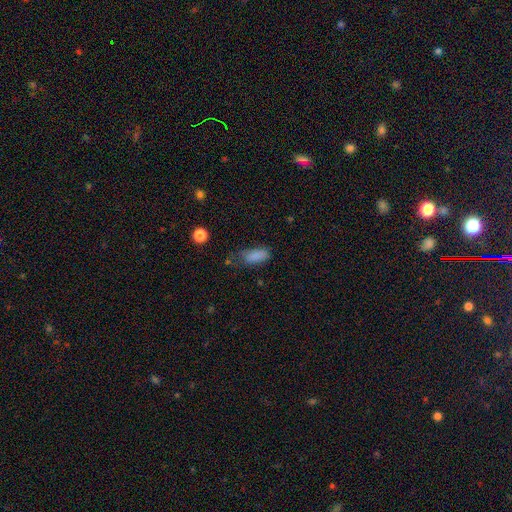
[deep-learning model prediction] smooth 84%, star or artifact 10%, featured or disk 6%. Down the decision tree: how rounded — in between (80%); merging — none (52%).